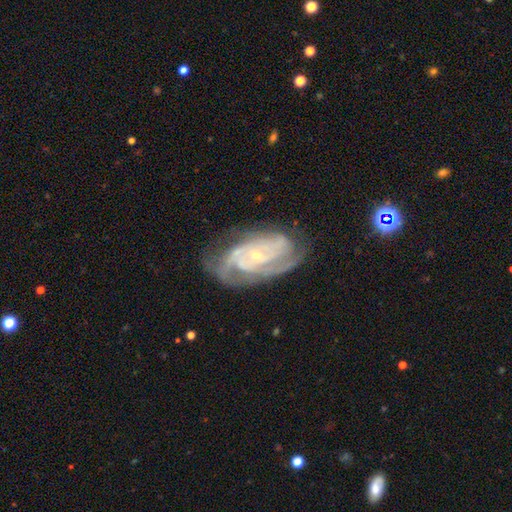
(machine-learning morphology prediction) A featured or disk galaxy (88%) with no bar (64%), 2 (31%) tight (62%) spiral arms (96%) and a small central bulge (75%).

Vote fractions:
- Smooth or featured? featured or disk: 88% / smooth: 7% / star or artifact: 6%
- Edge-on disk? no: 96% / yes: 4%
- Bar? no: 64% / weak: 28% / strong: 9%
- Spiral arms? yes: 96% / no: 4%
- Spiral winding? tight: 62% / medium: 32% / loose: 6%
- Spiral arm count? 2: 31% / 3: 27% / can't tell: 23% / 4: 9% / 1: 5% / more than 4: 5%
- Bulge size? small: 75% / moderate: 21% / none: 2% / large: 1% / dominant: 1%
- Merging? none: 65% / minor disturbance: 22% / major disturbance: 11% / merger: 2%